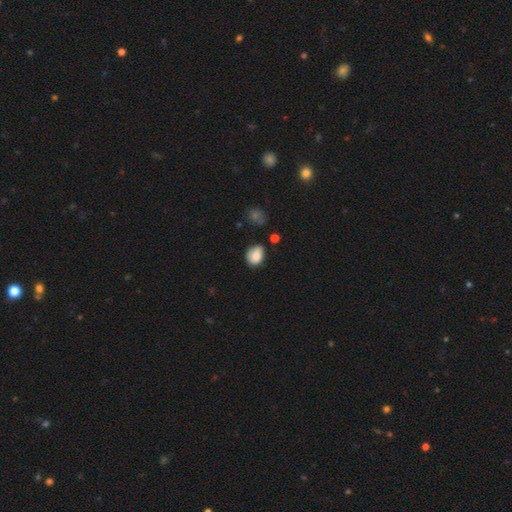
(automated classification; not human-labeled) Smooth or featured?
  - smooth: 85% *
  - star or artifact: 9%
  - featured or disk: 6%
How rounded?
  - in between: 61% *
  - round: 38%
  - cigar-shaped: 1%
Merging?
  - none: 56% *
  - minor disturbance: 33%
  - major disturbance: 7%
  - merger: 4%